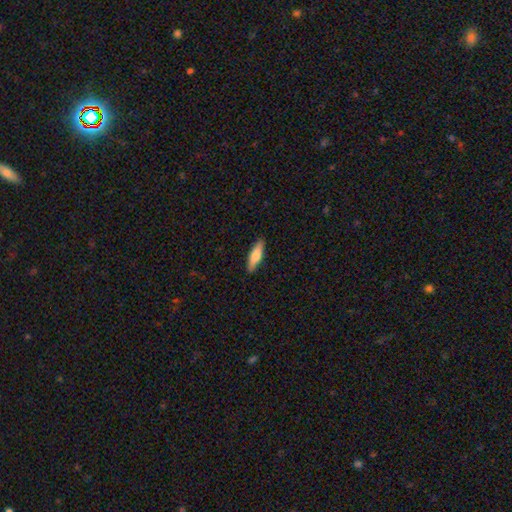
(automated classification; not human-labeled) Q: Smooth or featured?
A: smooth (71%); runner-up: featured or disk (23%)
Q: How rounded?
A: cigar-shaped (62%); runner-up: in between (36%)
Q: Merging?
A: none (88%); runner-up: minor disturbance (9%)